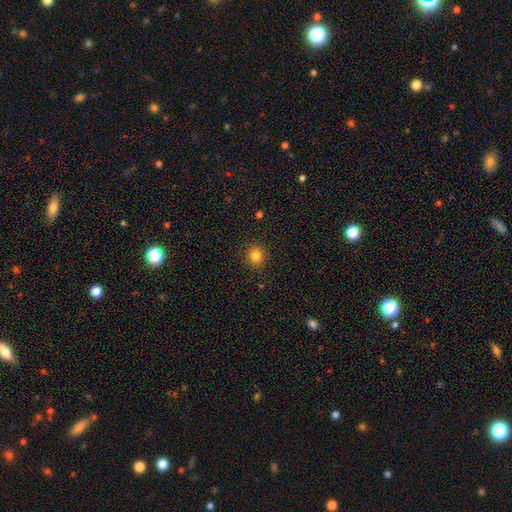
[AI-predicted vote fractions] smooth 83%, star or artifact 12%, featured or disk 5%. Down the decision tree: how rounded — round (72%); merging — none (89%).